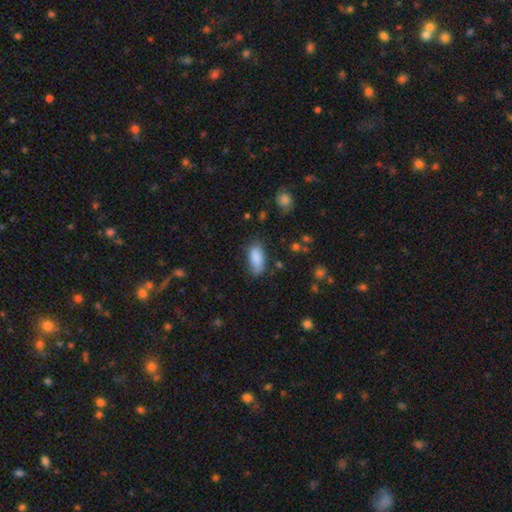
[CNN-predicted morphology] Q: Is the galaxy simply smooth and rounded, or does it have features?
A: smooth — 87%.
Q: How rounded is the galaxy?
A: in between — 88%.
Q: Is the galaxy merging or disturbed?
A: none — 73%.